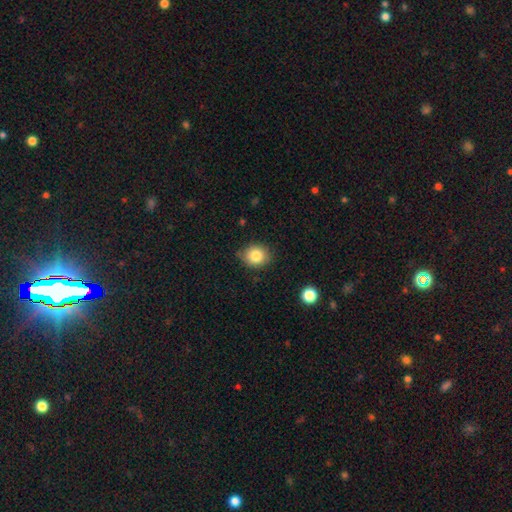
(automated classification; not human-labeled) This is clearly a smooth galaxy (83%). How rounded: likely round (68%). Merging: clearly none (81%).